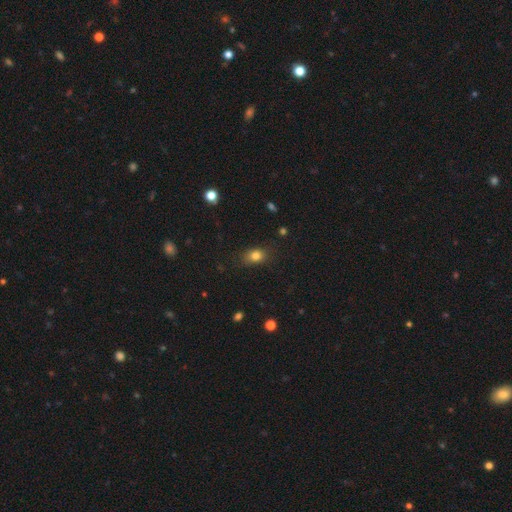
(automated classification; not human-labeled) Smooth or featured? smooth (80%)
How rounded? in between (65%)
Merging? none (77%)